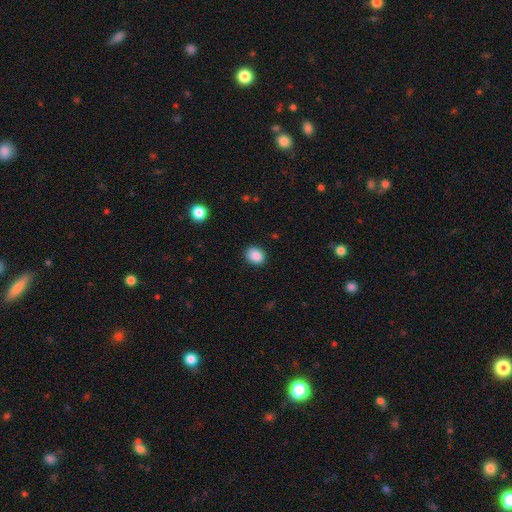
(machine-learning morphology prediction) This appears to be a smooth galaxy with no disk features (88%) that is round (54%). Merging: none (87%).